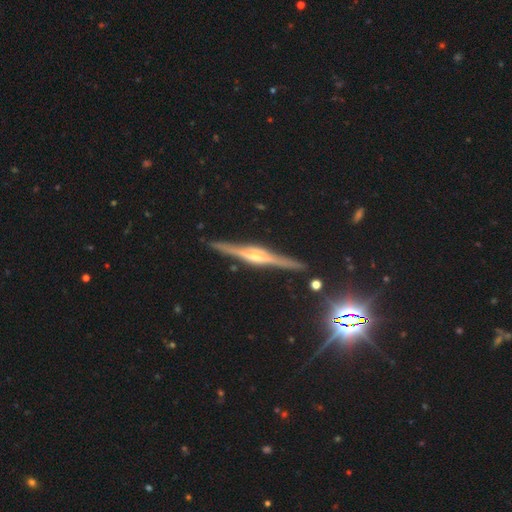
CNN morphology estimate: This appears to be a featured or disk galaxy (86%) viewed edge-on (98%) with a rounded central bulge (73%). Merging: none (91%).